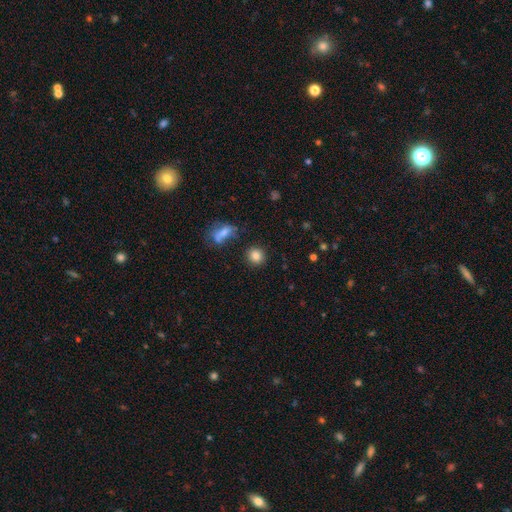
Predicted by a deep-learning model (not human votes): Morphology: type=smooth (84%); roundness=round (88%); merging=none (85%).